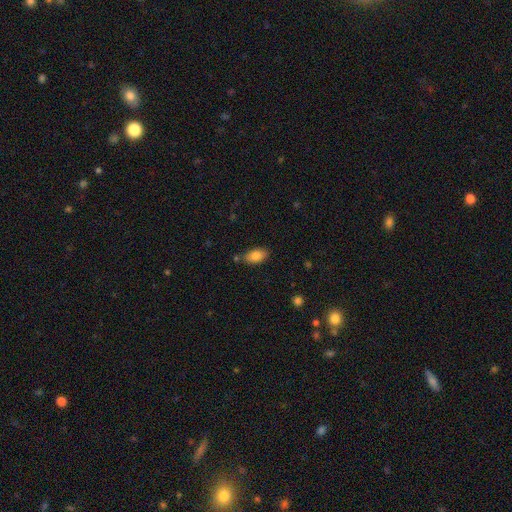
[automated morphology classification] smooth_or_featured: smooth (p=0.82) [alt: featured or disk p=0.10]
how_rounded: in between (p=0.91) [alt: round p=0.04]
merging: none (p=0.77) [alt: minor disturbance p=0.15]